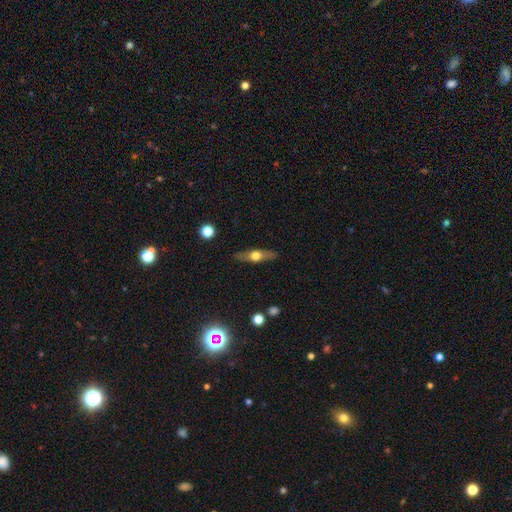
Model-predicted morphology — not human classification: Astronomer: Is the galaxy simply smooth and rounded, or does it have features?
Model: featured or disk — 56% (runner-up: smooth, 38%).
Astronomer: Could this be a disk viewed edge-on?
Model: yes — 90%.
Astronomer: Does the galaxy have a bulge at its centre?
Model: rounded — 95%.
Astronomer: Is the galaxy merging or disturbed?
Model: none — 88%.